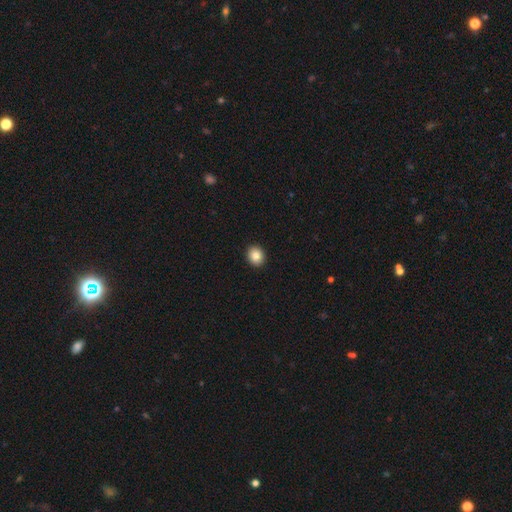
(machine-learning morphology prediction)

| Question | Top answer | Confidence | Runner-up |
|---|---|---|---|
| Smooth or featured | smooth | 86% | star or artifact (9%) |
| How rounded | round | 67% | in between (32%) |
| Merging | none | 92% | minor disturbance (5%) |